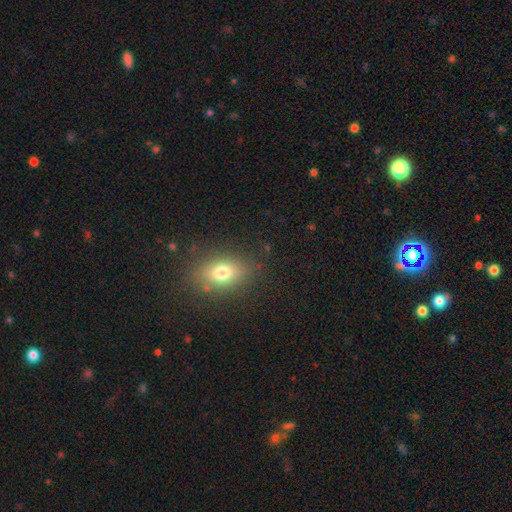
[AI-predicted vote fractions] This is likely a smooth galaxy (70%). How rounded: likely in between (78%). Merging: clearly none (88%).